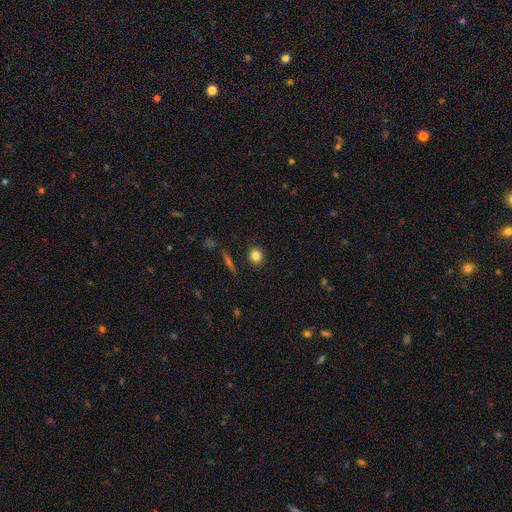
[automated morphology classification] This appears to be a smooth galaxy with no disk features (82%) that is round (75%). Merging: none (88%).